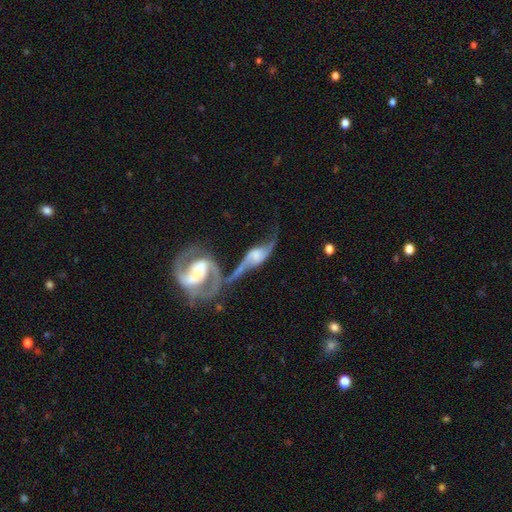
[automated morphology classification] smooth-or-featured: featured or disk: 82% | smooth: 13% | star or artifact: 5%
  disk-edge-on: no: 88% | yes: 12%
    bar: no: 42% | weak: 39% | strong: 19%
    has-spiral-arms: yes: 92% | no: 8%
      spiral-winding: loose: 75% | medium: 19% | tight: 6%
      spiral-arm-count: 2: 89% | can't tell: 4% | 1: 4% | 3: 1% | 4: 1% | more than 4: 1%
    bulge-size: moderate: 36% | small: 33% | none: 16% | large: 12% | dominant: 3%
  merging: merger: 49% | none: 23% | major disturbance: 15% | minor disturbance: 12%